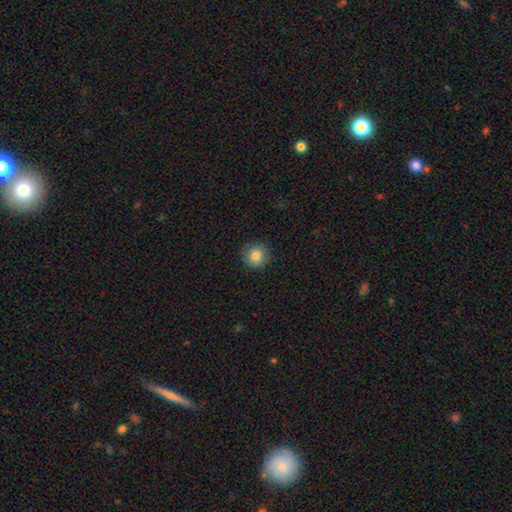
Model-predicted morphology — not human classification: A smooth galaxy with no disk features (83%) that is round (92%).

Vote fractions:
- Smooth or featured? smooth: 83% / star or artifact: 10% / featured or disk: 7%
- How rounded? round: 92% / in between: 7% / cigar-shaped: 1%
- Merging? none: 88% / minor disturbance: 9% / major disturbance: 2% / merger: 1%